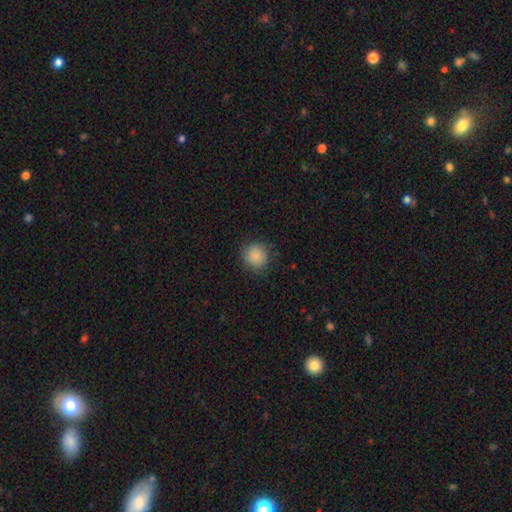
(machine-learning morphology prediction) Q: Smooth or featured?
A: smooth (85%); runner-up: star or artifact (8%)
Q: How rounded?
A: round (91%); runner-up: in between (8%)
Q: Merging?
A: none (83%); runner-up: minor disturbance (12%)